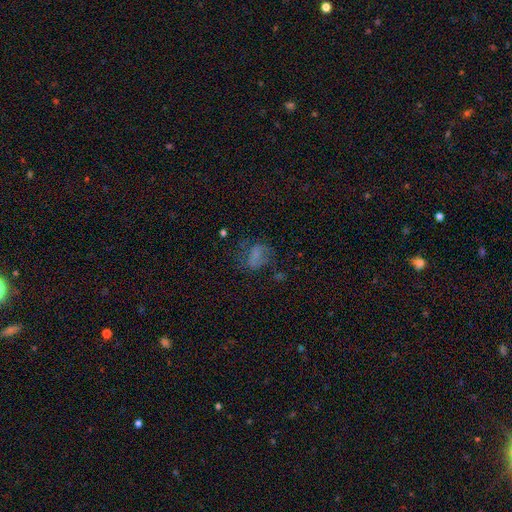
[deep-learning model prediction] smooth 54%, featured or disk 27%, star or artifact 19%. Down the decision tree: how rounded — in between (62%); merging — none (44%).